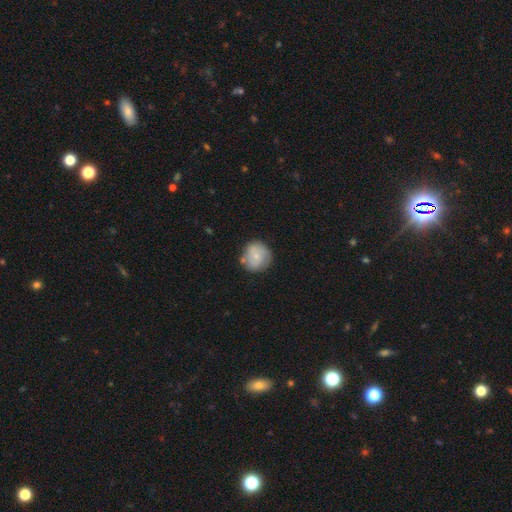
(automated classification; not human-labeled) Smooth or featured? Predicted: smooth (p=0.62). How rounded? Predicted: round (p=0.88). Merging? Predicted: none (p=0.71).